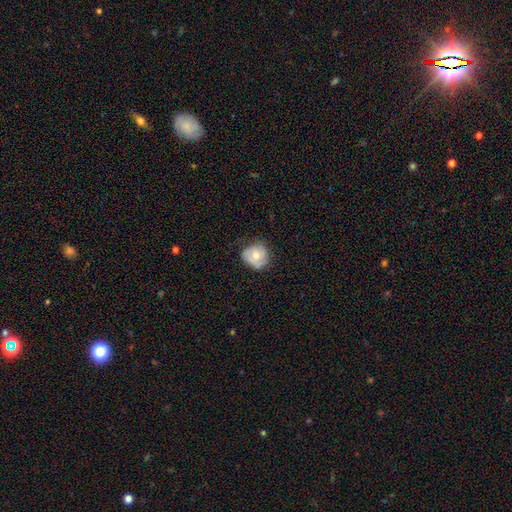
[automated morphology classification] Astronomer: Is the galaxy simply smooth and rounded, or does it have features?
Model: smooth — 64%.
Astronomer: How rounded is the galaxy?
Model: round — 78%.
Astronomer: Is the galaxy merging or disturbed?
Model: none — 58%.